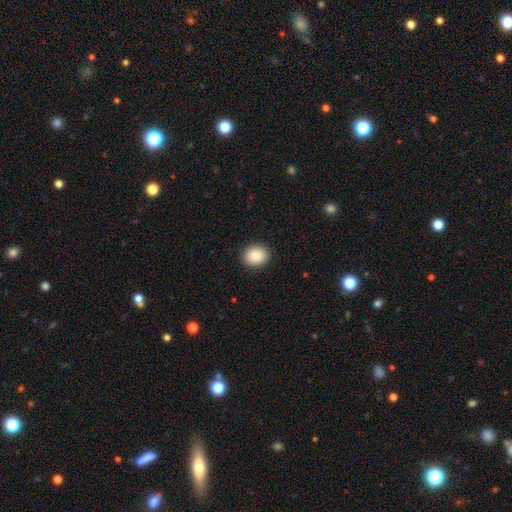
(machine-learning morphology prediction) A smooth galaxy with no disk features (89%) that is round (68%). Merging: none (91%).